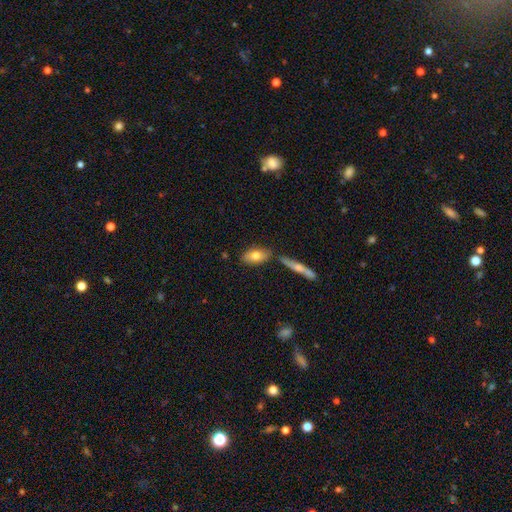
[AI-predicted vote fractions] A smooth galaxy with no disk features (74%) that is in between round and cigar-shaped (85%).

Vote fractions:
- Smooth or featured? smooth: 74% / featured or disk: 20% / star or artifact: 6%
- How rounded? in between: 85% / cigar-shaped: 12% / round: 4%
- Merging? none: 71% / minor disturbance: 13% / merger: 13% / major disturbance: 3%